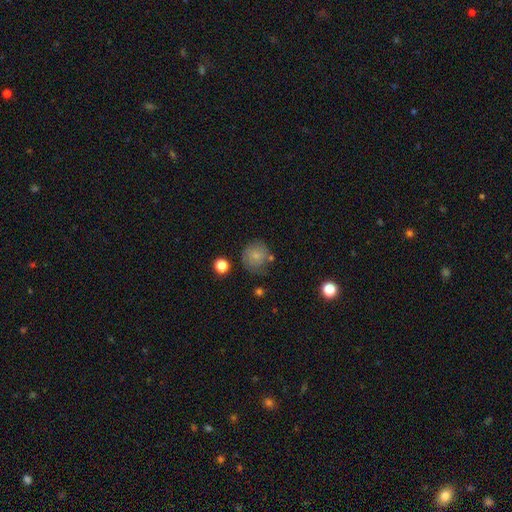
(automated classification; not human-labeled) A smooth galaxy with no disk features (73%) that is round (89%).

Vote fractions:
- Smooth or featured? smooth: 73% / featured or disk: 18% / star or artifact: 9%
- How rounded? round: 89% / in between: 10% / cigar-shaped: 1%
- Merging? none: 67% / minor disturbance: 20% / major disturbance: 7% / merger: 6%